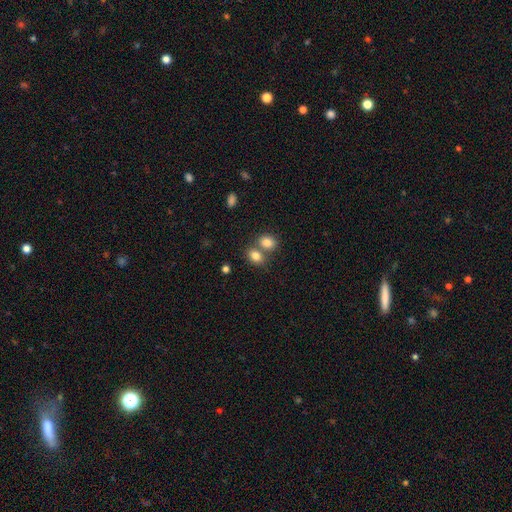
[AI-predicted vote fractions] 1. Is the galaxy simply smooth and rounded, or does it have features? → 82% smooth, 10% star or artifact, 8% featured or disk.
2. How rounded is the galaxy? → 62% in between, 37% round, 1% cigar-shaped.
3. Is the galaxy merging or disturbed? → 45% merger, 43% none, 9% minor disturbance, 3% major disturbance.